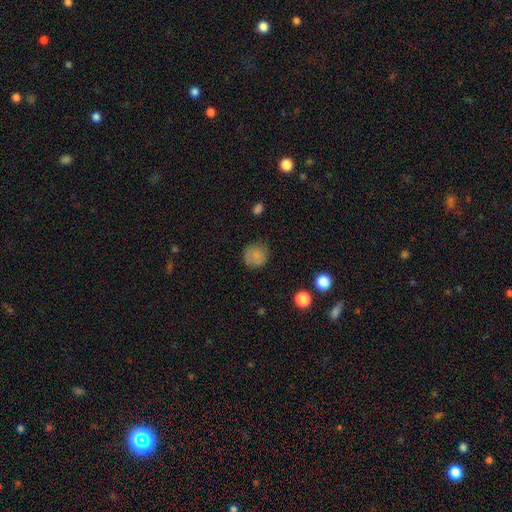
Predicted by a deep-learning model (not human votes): Smooth or featured? smooth (79%)
How rounded? round (90%)
Merging? none (79%)